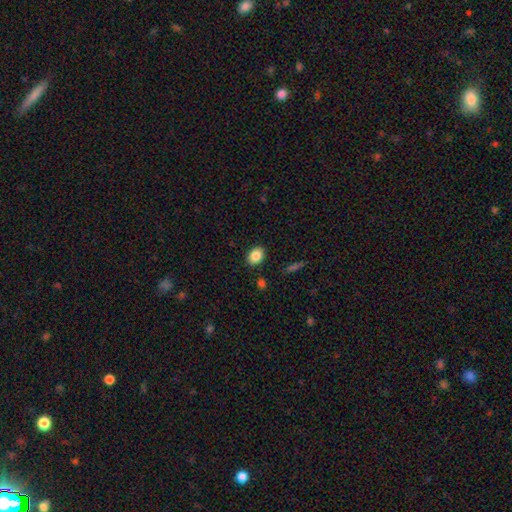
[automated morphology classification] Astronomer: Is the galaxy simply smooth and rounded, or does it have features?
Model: smooth — 85%.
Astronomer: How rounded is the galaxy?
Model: in between — 70%.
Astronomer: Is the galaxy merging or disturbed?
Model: none — 87%.